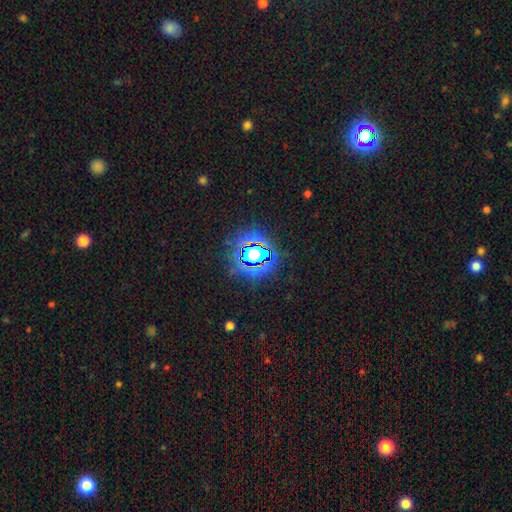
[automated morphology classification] star or artifact 80%, smooth 13%, featured or disk 8%.